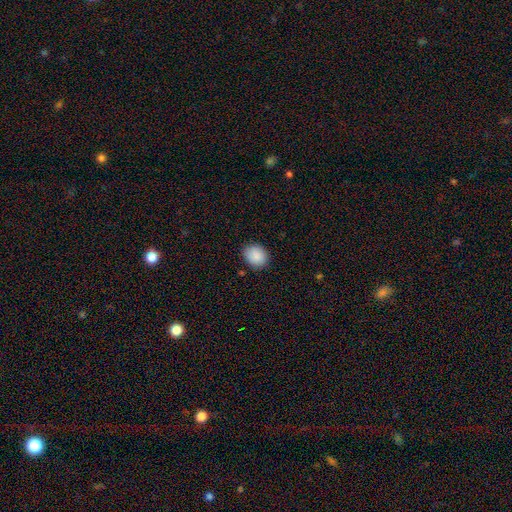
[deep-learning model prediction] Overall: smooth (89%). How rounded: round (64%; in between 35%). Merging: none (86%).